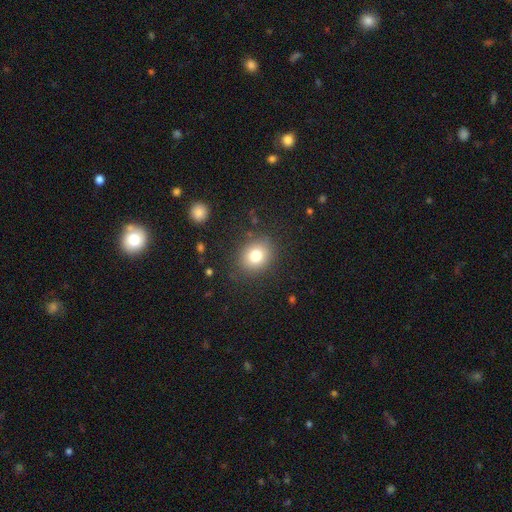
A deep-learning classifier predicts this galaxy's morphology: Smooth or featured?
  - smooth: 79% *
  - star or artifact: 12%
  - featured or disk: 10%
How rounded?
  - round: 63% *
  - in between: 36%
  - cigar-shaped: 1%
Merging?
  - none: 85% *
  - minor disturbance: 10%
  - major disturbance: 4%
  - merger: 1%